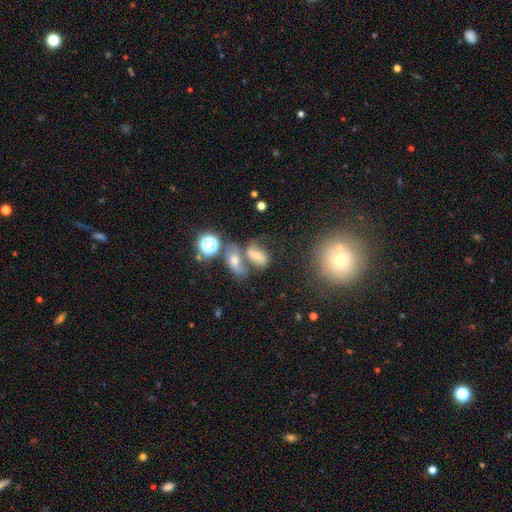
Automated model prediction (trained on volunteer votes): Smooth or featured? Predicted: featured or disk (p=0.43). Merging? Predicted: merger (p=0.42).